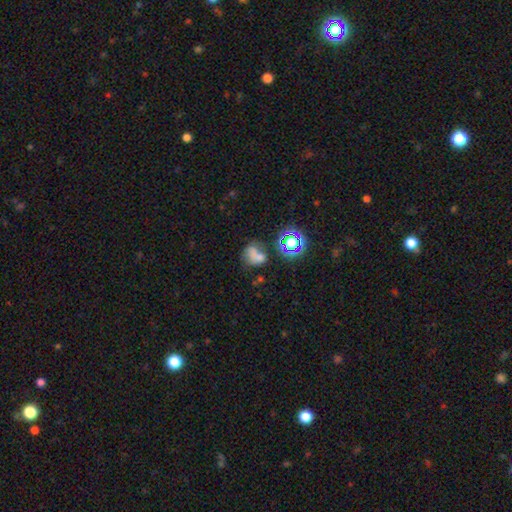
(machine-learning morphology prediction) Smooth or featured?
  - smooth: 57% *
  - star or artifact: 23%
  - featured or disk: 20%
How rounded?
  - in between: 51% *
  - round: 47%
  - cigar-shaped: 2%
Merging?
  - none: 32% *
  - merger: 28%
  - minor disturbance: 20%
  - major disturbance: 20%